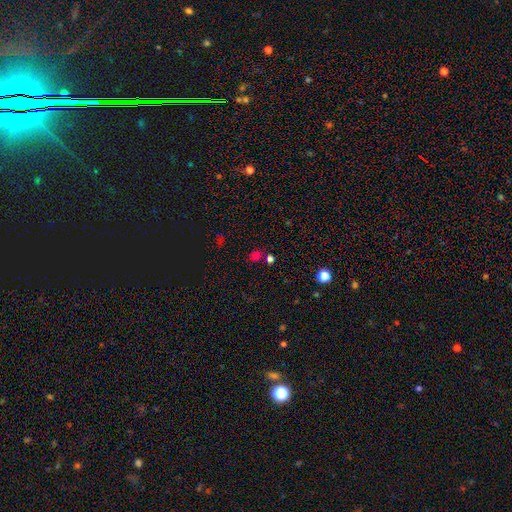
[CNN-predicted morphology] smooth 59%, star or artifact 36%, featured or disk 6%. Down the decision tree: how rounded — round (67%); merging — none (74%).